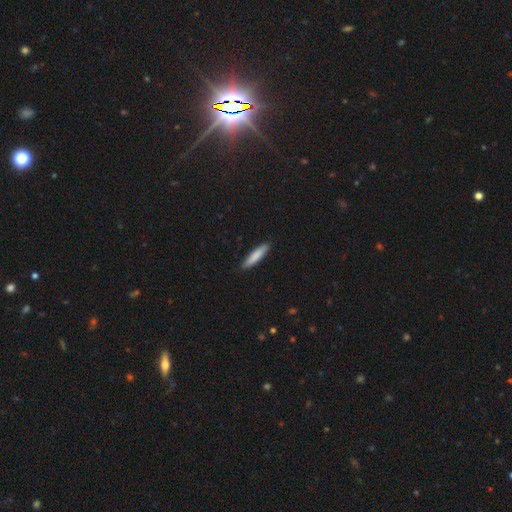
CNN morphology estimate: A smooth galaxy with no disk features (84%) that is cigar-shaped (84%).

Vote fractions:
- Smooth or featured? smooth: 84% / featured or disk: 11% / star or artifact: 5%
- How rounded? cigar-shaped: 84% / in between: 14% / round: 1%
- Merging? none: 90% / minor disturbance: 8% / major disturbance: 1% / merger: 1%